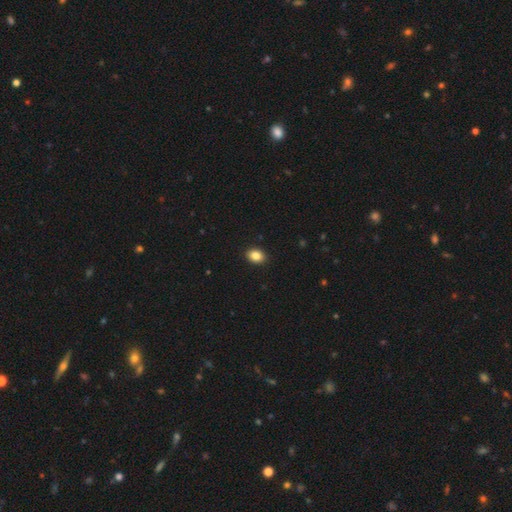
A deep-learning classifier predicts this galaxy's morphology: smooth-or-featured: smooth: 87% | star or artifact: 9% | featured or disk: 4%
  how-rounded: in between: 67% | round: 32% | cigar-shaped: 1%
  merging: none: 91% | minor disturbance: 6% | major disturbance: 2% | merger: 1%